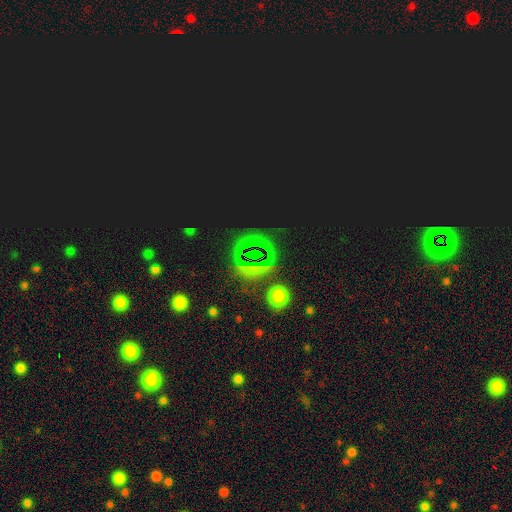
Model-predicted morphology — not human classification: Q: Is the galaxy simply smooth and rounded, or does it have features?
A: star or artifact — 82%.